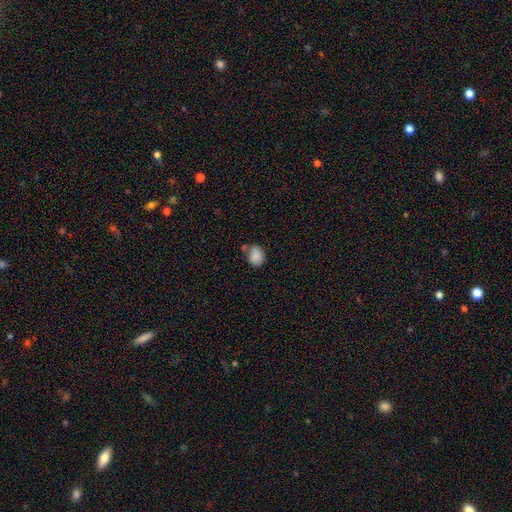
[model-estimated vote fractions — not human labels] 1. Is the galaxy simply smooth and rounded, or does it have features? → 84% smooth, 9% star or artifact, 7% featured or disk.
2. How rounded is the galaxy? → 51% round, 48% in between, 1% cigar-shaped.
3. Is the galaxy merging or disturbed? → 57% none, 23% minor disturbance, 14% merger, 6% major disturbance.